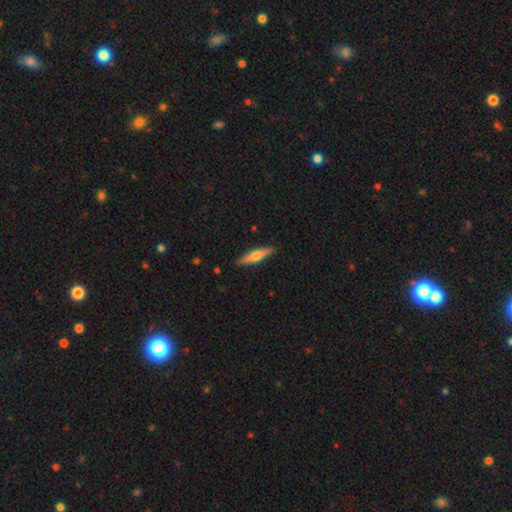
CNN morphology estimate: This is possibly a smooth galaxy (48%). Merging: clearly none (89%).